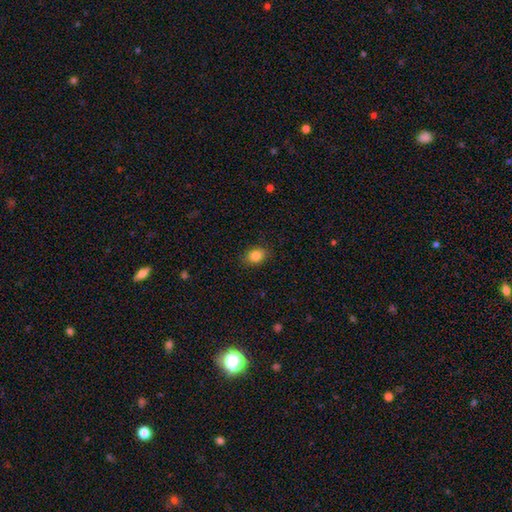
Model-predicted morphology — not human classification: smooth 85%, star or artifact 10%, featured or disk 6%. Down the decision tree: how rounded — in between (64%); merging — none (87%).